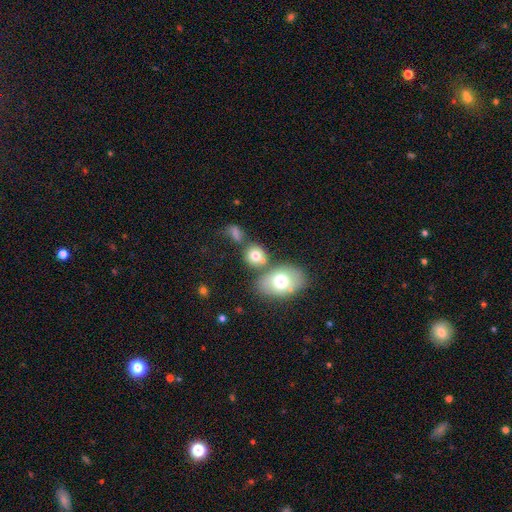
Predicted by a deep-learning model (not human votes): A smooth galaxy with no disk features (73%) that is round (59%).

Vote fractions:
- Smooth or featured? smooth: 73% / featured or disk: 16% / star or artifact: 11%
- How rounded? round: 59% / in between: 40% / cigar-shaped: 2%
- Merging? none: 54% / merger: 29% / minor disturbance: 12% / major disturbance: 5%